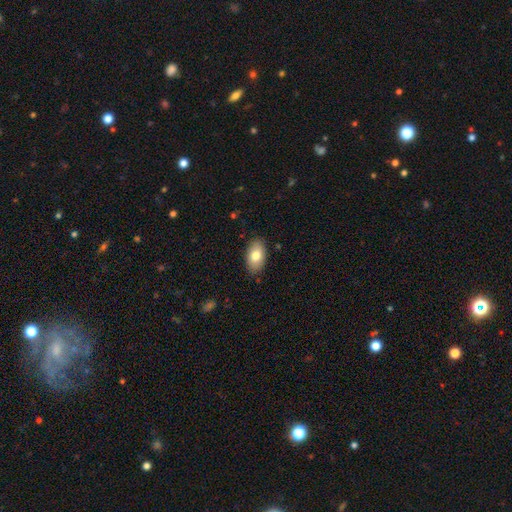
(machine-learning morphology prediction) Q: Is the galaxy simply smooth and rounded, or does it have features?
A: smooth — 79%.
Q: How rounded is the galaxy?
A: in between — 93%.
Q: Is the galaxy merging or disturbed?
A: none — 87%.